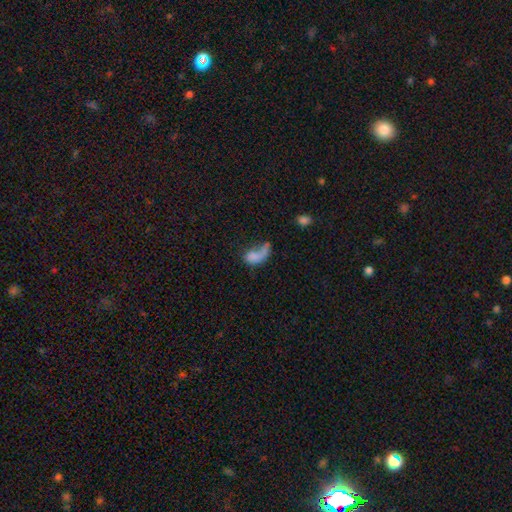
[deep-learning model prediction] smooth 63%, featured or disk 27%, star or artifact 11%. Down the decision tree: how rounded — in between (87%); merging — major disturbance (45%).